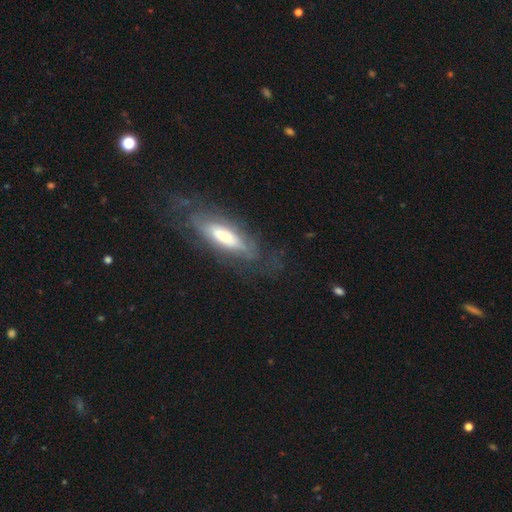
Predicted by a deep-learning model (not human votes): Morphology: type=featured or disk (67%); edge-on=no (65%); merging=none (76%).